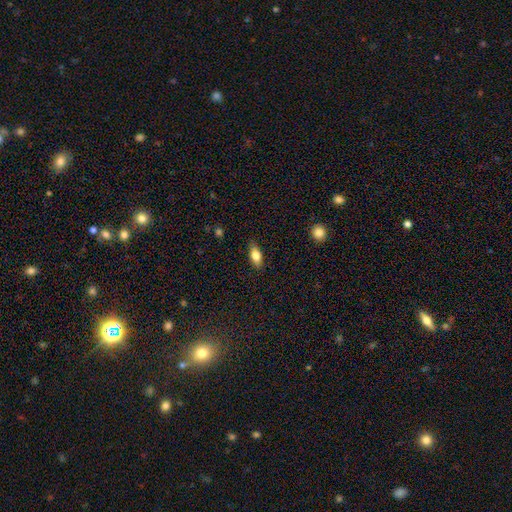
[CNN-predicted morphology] This is likely a smooth galaxy (78%). How rounded: clearly in between (83%). Merging: clearly none (84%).